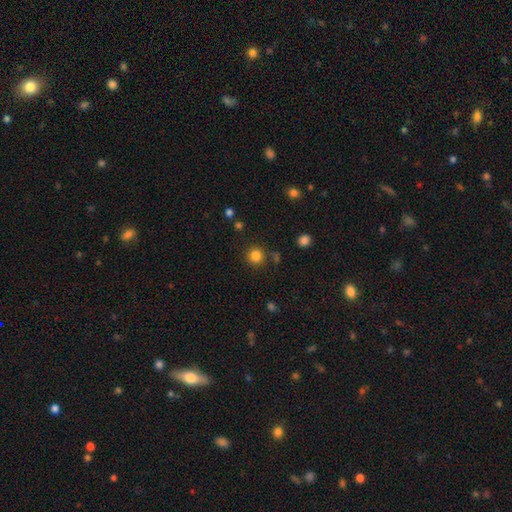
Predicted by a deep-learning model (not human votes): The model was most divided on "smooth or featured": smooth: 83%, star or artifact: 12%, featured or disk: 4%. More confident: how rounded — round (93%); merging — none (83%).